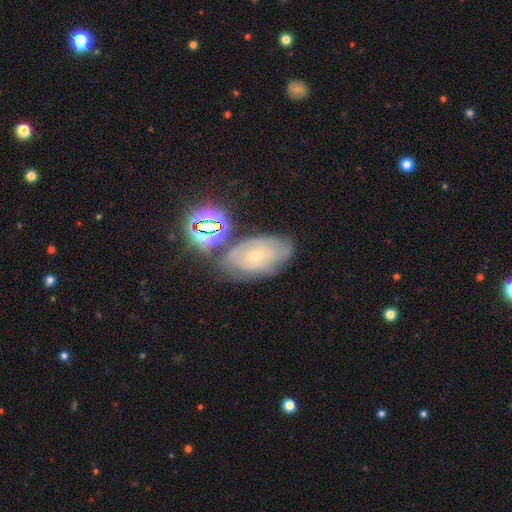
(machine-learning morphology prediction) Smooth or featured?
  - featured or disk: 60% *
  - smooth: 23%
  - star or artifact: 17%
Edge-on disk?
  - no: 94% *
  - yes: 6%
Bar?
  - no: 80% *
  - weak: 16%
  - strong: 4%
Spiral arms?
  - yes: 77% *
  - no: 23%
Bulge size?
  - small: 75% *
  - moderate: 20%
  - none: 2%
  - large: 1%
  - dominant: 1%
Merging?
  - none: 66% *
  - minor disturbance: 20%
  - merger: 7%
  - major disturbance: 7%